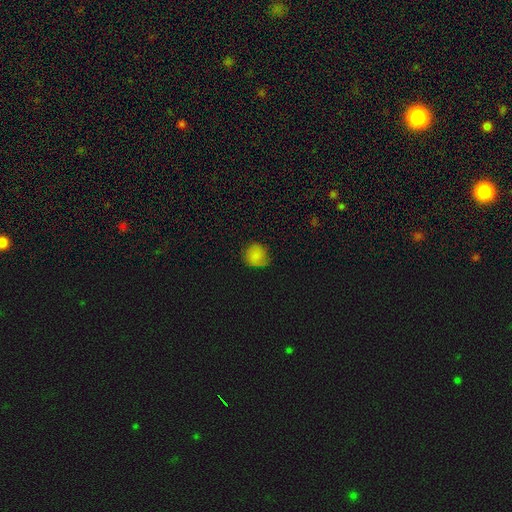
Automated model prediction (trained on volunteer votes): This appears to be a smooth galaxy with no disk features (76%) that is round (82%). Merging: none (64%).